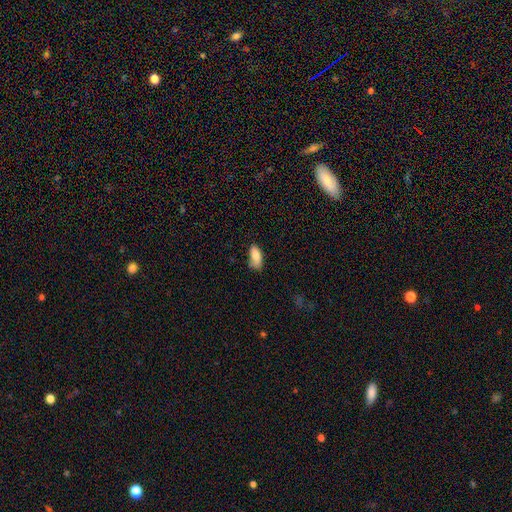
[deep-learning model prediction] smooth 84%, featured or disk 9%, star or artifact 7%. Down the decision tree: how rounded — in between (90%); merging — none (58%).